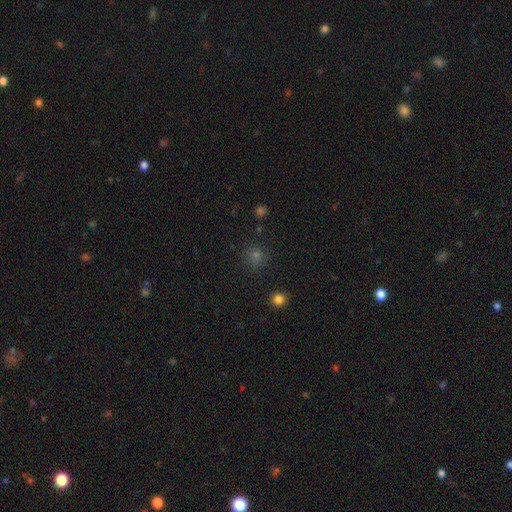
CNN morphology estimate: Q: Smooth or featured?
A: smooth (66%); runner-up: star or artifact (29%)
Q: How rounded?
A: round (93%); runner-up: in between (6%)
Q: Merging?
A: none (89%); runner-up: minor disturbance (6%)